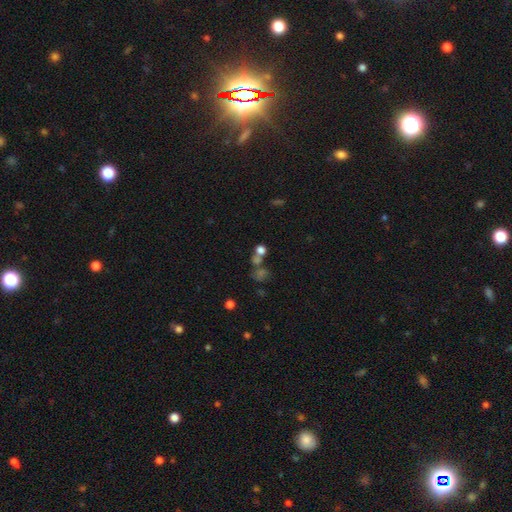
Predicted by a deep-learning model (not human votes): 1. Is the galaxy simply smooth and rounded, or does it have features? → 48% star or artifact, 33% smooth, 19% featured or disk.